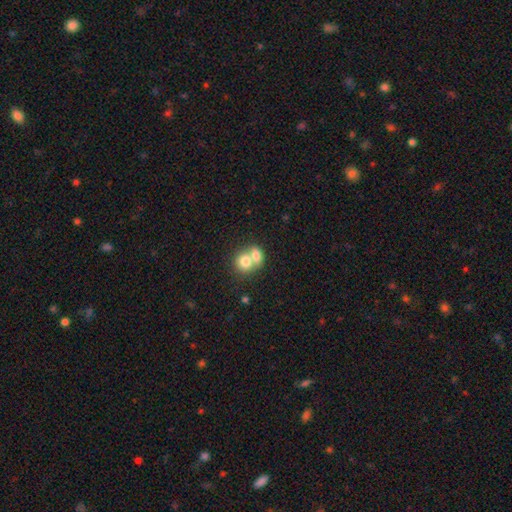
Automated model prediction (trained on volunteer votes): A smooth galaxy with no disk features (75%) that is round (57%).

Vote fractions:
- Smooth or featured? smooth: 75% / featured or disk: 17% / star or artifact: 8%
- How rounded? round: 57% / in between: 42% / cigar-shaped: 1%
- Merging? merger: 69% / none: 22% / minor disturbance: 6% / major disturbance: 3%